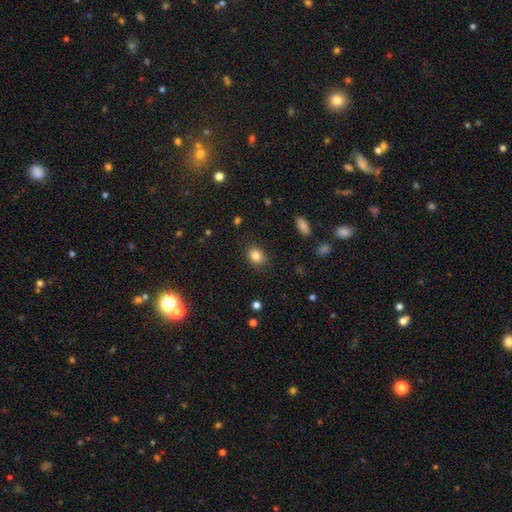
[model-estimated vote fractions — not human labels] A smooth galaxy with no disk features (84%) that is in between round and cigar-shaped (50%).

Vote fractions:
- Smooth or featured? smooth: 84% / star or artifact: 10% / featured or disk: 6%
- How rounded? in between: 50% / round: 49% / cigar-shaped: 1%
- Merging? none: 85% / minor disturbance: 11% / major disturbance: 3% / merger: 1%